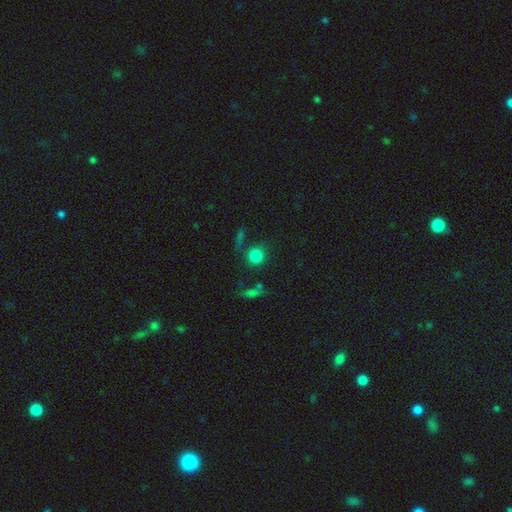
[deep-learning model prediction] A smooth galaxy with no disk features (81%) that is round (88%). Merging: none (74%).